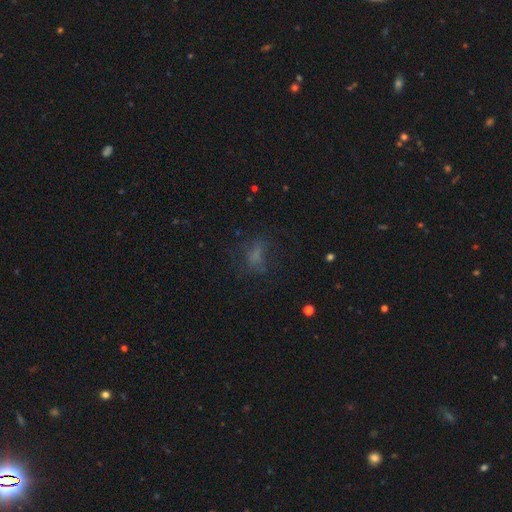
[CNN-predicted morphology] The model was most divided on "merging": none: 53%, major disturbance: 25%, minor disturbance: 19%, merger: 3%. More confident: how rounded — in between (69%); smooth or featured — smooth (54%).